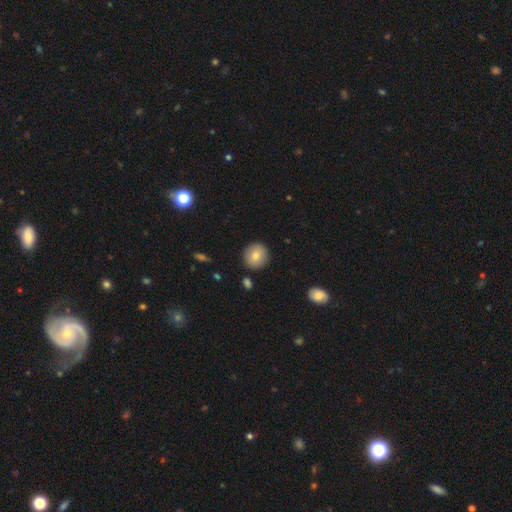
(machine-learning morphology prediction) A smooth galaxy with no disk features (80%) that is round (91%).

Vote fractions:
- Smooth or featured? smooth: 80% / featured or disk: 12% / star or artifact: 8%
- How rounded? round: 91% / in between: 8% / cigar-shaped: 1%
- Merging? none: 89% / minor disturbance: 7% / merger: 2% / major disturbance: 2%